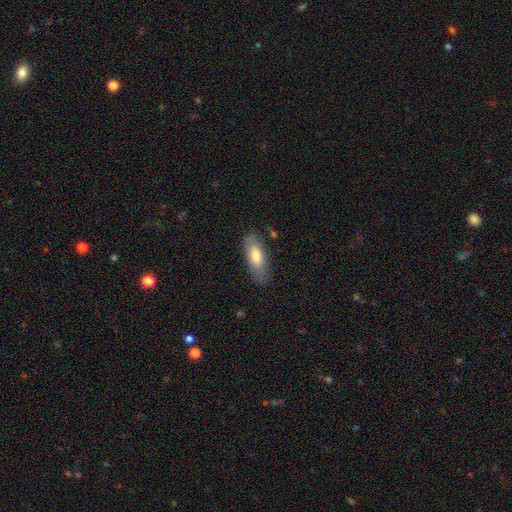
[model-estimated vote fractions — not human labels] The model was most divided on "how rounded": in between: 72%, cigar-shaped: 26%, round: 2%. More confident: merging — none (79%); smooth or featured — smooth (71%).